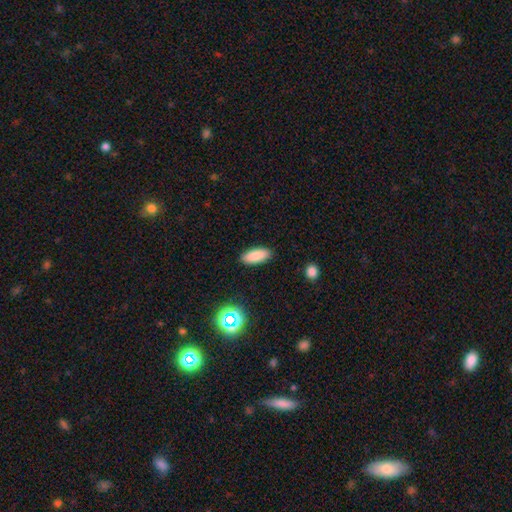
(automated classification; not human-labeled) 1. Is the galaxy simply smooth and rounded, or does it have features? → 86% smooth, 8% star or artifact, 5% featured or disk.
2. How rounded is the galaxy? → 80% in between, 18% cigar-shaped, 2% round.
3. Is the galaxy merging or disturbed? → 89% none, 8% minor disturbance, 2% major disturbance, 1% merger.